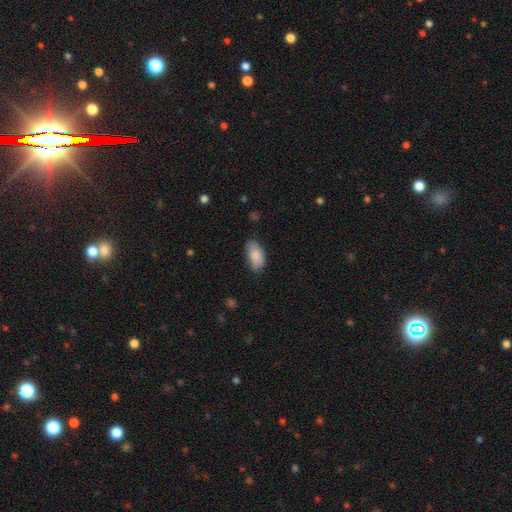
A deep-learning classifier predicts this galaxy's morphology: smooth-or-featured: smooth: 86% | featured or disk: 7% | star or artifact: 6%
  how-rounded: in between: 92% | cigar-shaped: 5% | round: 3%
  merging: none: 72% | minor disturbance: 23% | major disturbance: 4% | merger: 1%